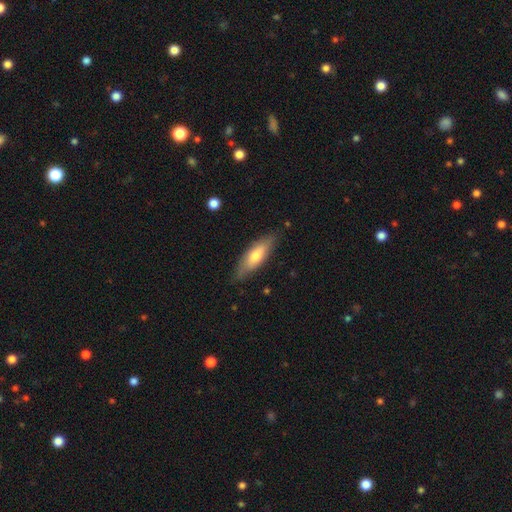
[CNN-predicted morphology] Q: Smooth or featured?
A: smooth (61%); runner-up: featured or disk (33%)
Q: How rounded?
A: in between (52%); runner-up: cigar-shaped (46%)
Q: Merging?
A: none (81%); runner-up: minor disturbance (15%)